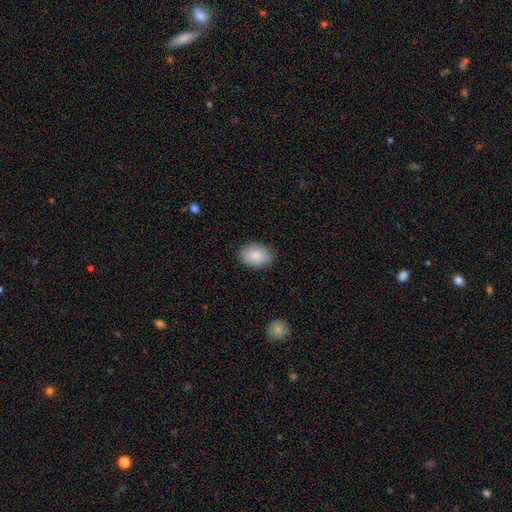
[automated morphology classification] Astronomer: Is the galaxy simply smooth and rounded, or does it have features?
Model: smooth — 87%.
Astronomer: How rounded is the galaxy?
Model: in between — 81%.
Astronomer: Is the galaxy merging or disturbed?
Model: none — 85%.